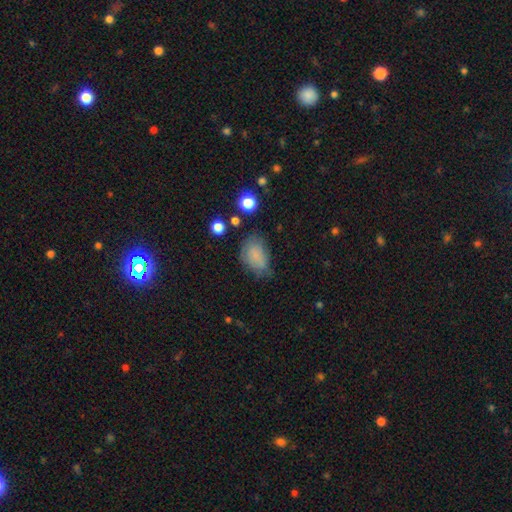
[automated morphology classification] A smooth galaxy with no disk features (76%) that is in between round and cigar-shaped (83%). Merging: none (52%).